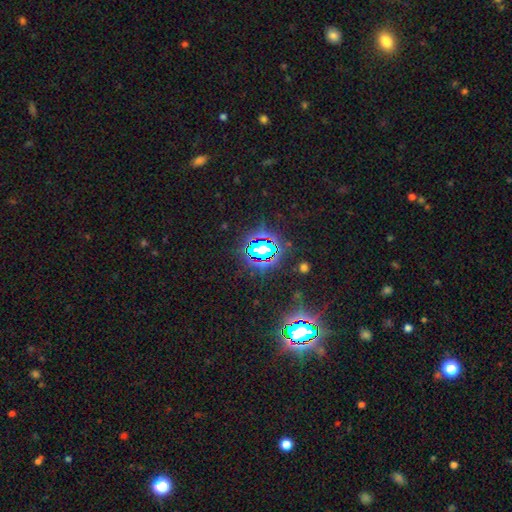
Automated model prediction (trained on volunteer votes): A star or artifact, not a galaxy (83%).

Vote fractions:
- Smooth or featured? star or artifact: 83% / smooth: 10% / featured or disk: 7%